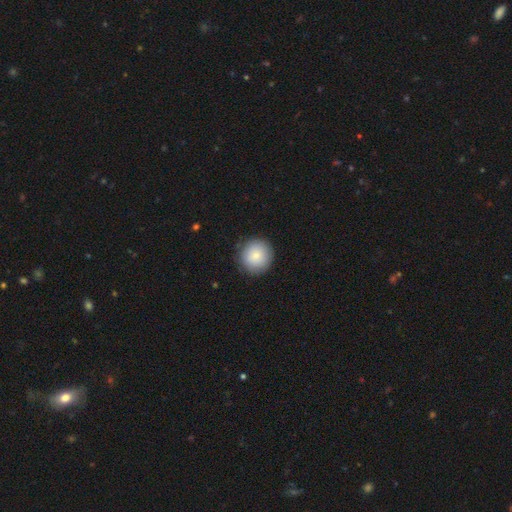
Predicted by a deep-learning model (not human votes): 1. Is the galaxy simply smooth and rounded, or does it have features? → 82% smooth, 10% featured or disk, 8% star or artifact.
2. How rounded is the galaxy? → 94% round, 6% in between, 1% cigar-shaped.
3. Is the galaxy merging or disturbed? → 88% none, 8% minor disturbance, 2% major disturbance, 1% merger.